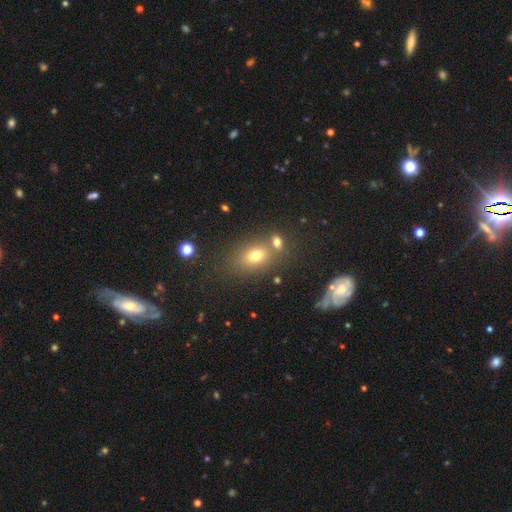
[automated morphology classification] smooth_or_featured: smooth (p=0.72) [alt: star or artifact p=0.15]
how_rounded: in between (p=0.69) [alt: round p=0.29]
merging: none (p=0.59) [alt: merger p=0.24]